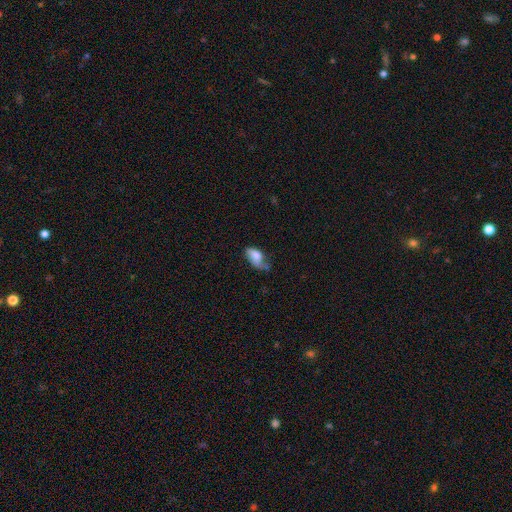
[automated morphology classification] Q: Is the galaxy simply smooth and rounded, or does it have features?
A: smooth — 71%.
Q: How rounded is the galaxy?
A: in between — 91%.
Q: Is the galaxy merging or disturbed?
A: minor disturbance — 38%.